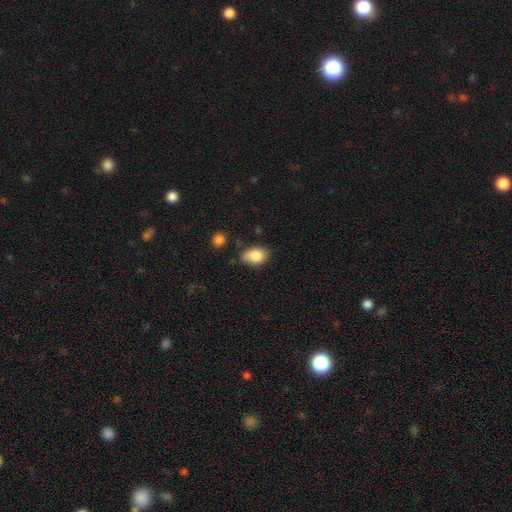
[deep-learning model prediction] Smooth or featured? smooth (85%)
How rounded? in between (78%)
Merging? none (67%)